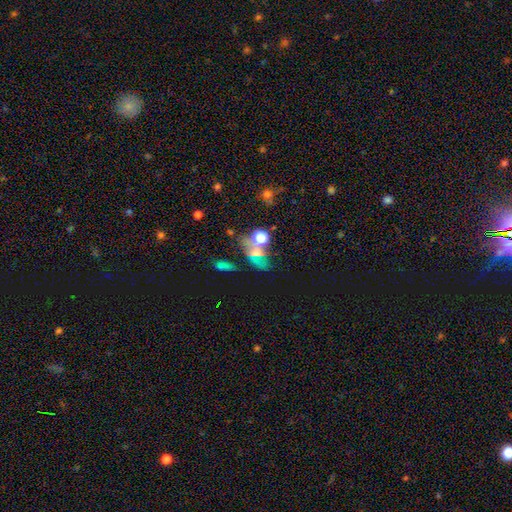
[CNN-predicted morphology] Overall: star or artifact (38%; smooth 35%).